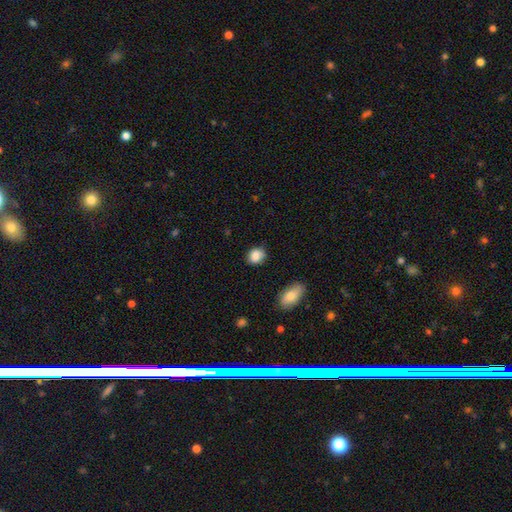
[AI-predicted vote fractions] Smooth or featured?
  - smooth: 85% *
  - star or artifact: 8%
  - featured or disk: 6%
How rounded?
  - round: 54% *
  - in between: 45%
  - cigar-shaped: 1%
Merging?
  - none: 74% *
  - minor disturbance: 20%
  - major disturbance: 4%
  - merger: 3%